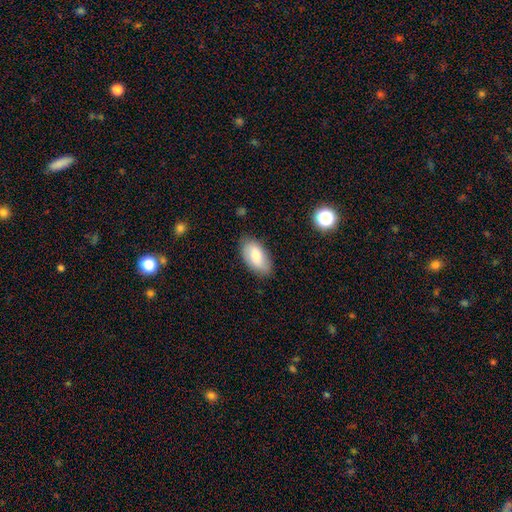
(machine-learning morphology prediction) smooth-or-featured: smooth: 73% | featured or disk: 21% | star or artifact: 7%
  how-rounded: in between: 94% | round: 3% | cigar-shaped: 3%
  merging: none: 82% | minor disturbance: 14% | major disturbance: 3% | merger: 1%